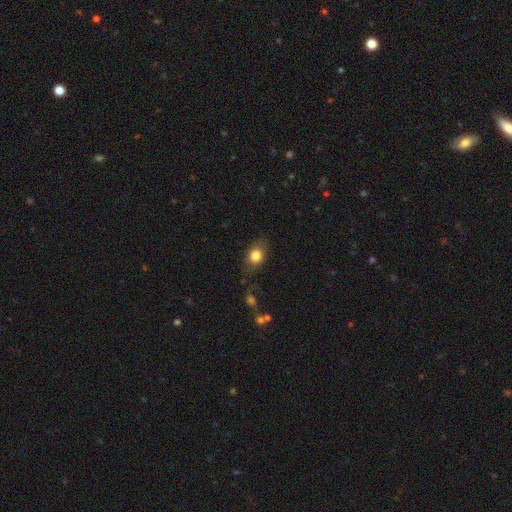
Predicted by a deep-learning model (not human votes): Overall: smooth (79%). How rounded: in between (69%). Merging: none (72%).